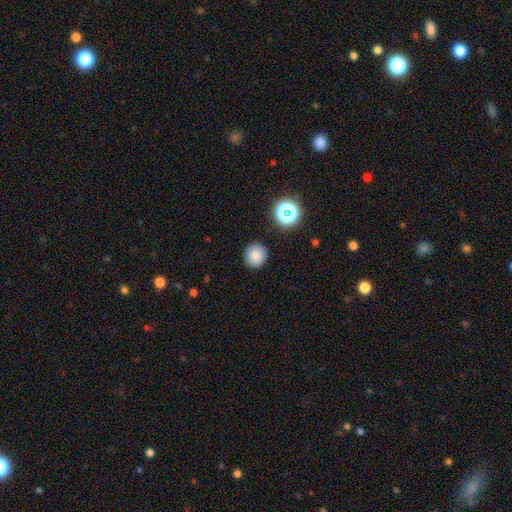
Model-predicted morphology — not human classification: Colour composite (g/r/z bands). It shows a smooth galaxy with no disk features (82%) that is round (92%). Merging: none (90%).